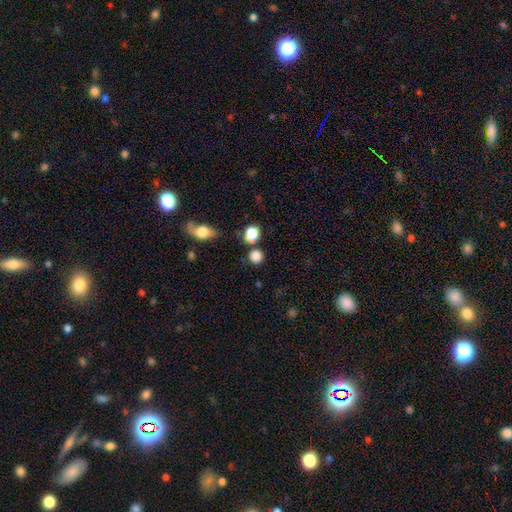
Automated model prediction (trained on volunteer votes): Smooth or featured? Predicted: smooth (p=0.82). How rounded? Predicted: round (p=0.85). Merging? Predicted: none (p=0.72).